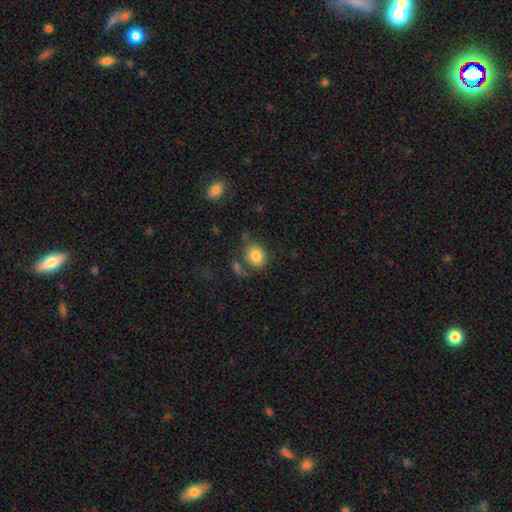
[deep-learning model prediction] Smooth or featured? smooth (82%)
How rounded? round (64%)
Merging? none (61%)